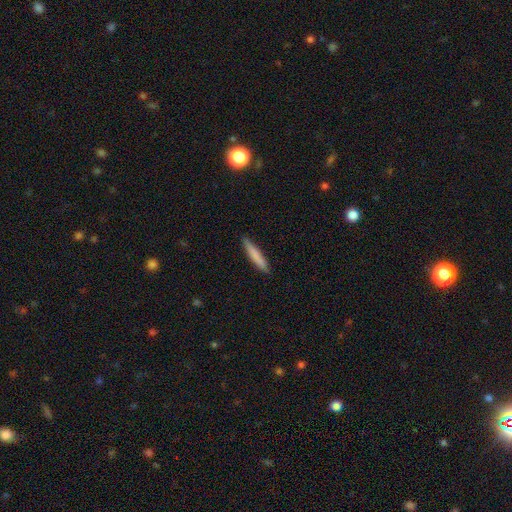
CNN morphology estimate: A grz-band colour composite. It shows a smooth galaxy with no disk features (79%) that is cigar-shaped (92%). Merging: none (89%).